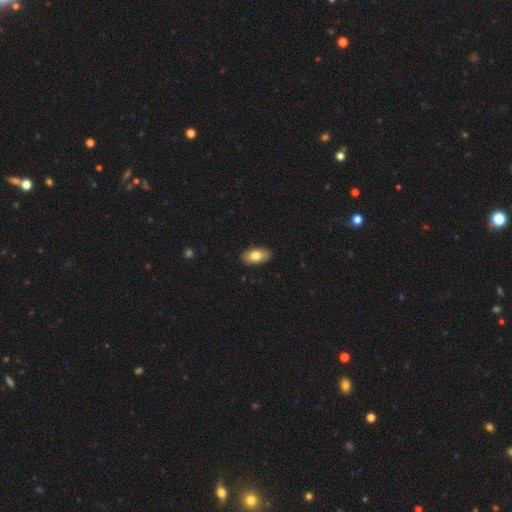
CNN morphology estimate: Q: Smooth or featured?
A: smooth (76%); runner-up: featured or disk (17%)
Q: How rounded?
A: in between (93%); runner-up: round (4%)
Q: Merging?
A: none (89%); runner-up: minor disturbance (9%)